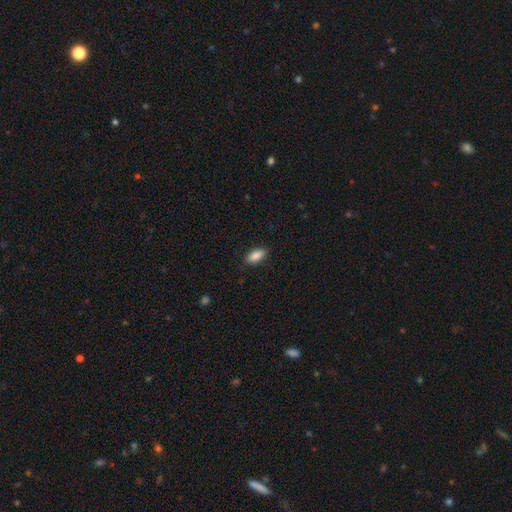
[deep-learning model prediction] Morphology: type=smooth (87%); roundness=in between (85%); merging=none (85%).